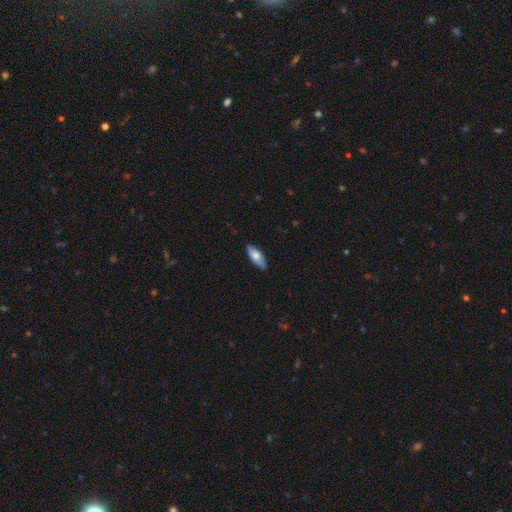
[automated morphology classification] smooth 70%, featured or disk 24%, star or artifact 6%. Down the decision tree: how rounded — in between (74%); merging — none (87%).